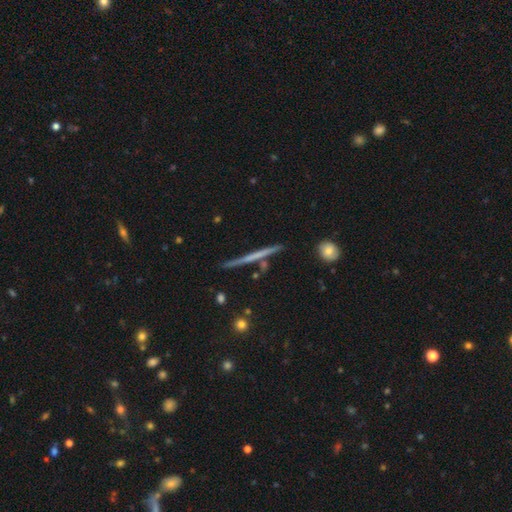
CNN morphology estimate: featured or disk 59%, smooth 35%, star or artifact 6%. Down the decision tree: edge-on disk — yes (97%); edge-on bulge — none (86%); merging — none (88%).